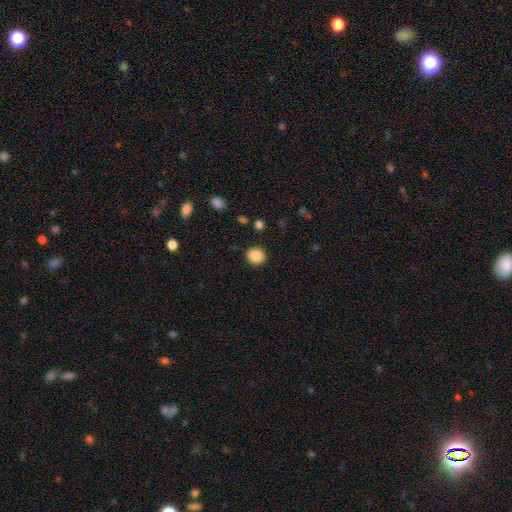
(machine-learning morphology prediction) Smooth or featured: smooth — 86% (star or artifact — 9%)
How rounded: round — 87% (in between — 12%)
Merging: none — 91% (minor disturbance — 6%)